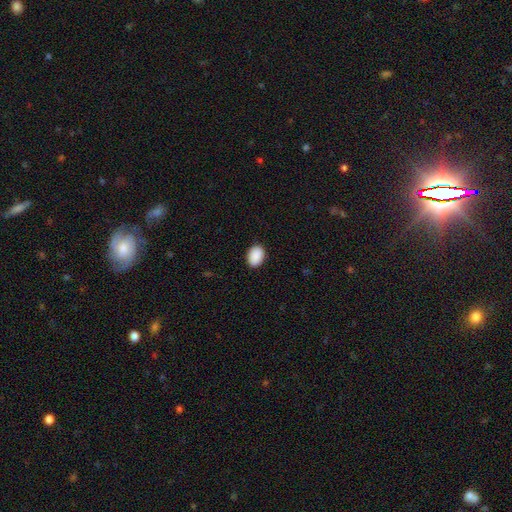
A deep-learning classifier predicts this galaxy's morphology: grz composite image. It shows a smooth galaxy with no disk features (91%) that is in between round and cigar-shaped (80%). Merging: none (89%).